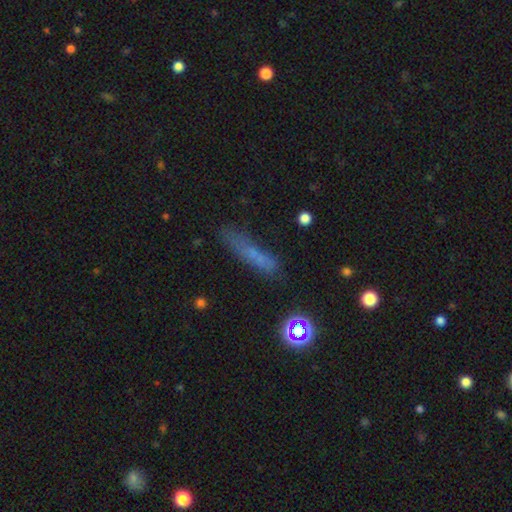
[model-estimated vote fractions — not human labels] Smooth or featured?
  - smooth: 59% *
  - featured or disk: 22%
  - star or artifact: 18%
How rounded?
  - cigar-shaped: 83% *
  - in between: 13%
  - round: 4%
Merging?
  - none: 64% *
  - minor disturbance: 22%
  - major disturbance: 9%
  - merger: 5%